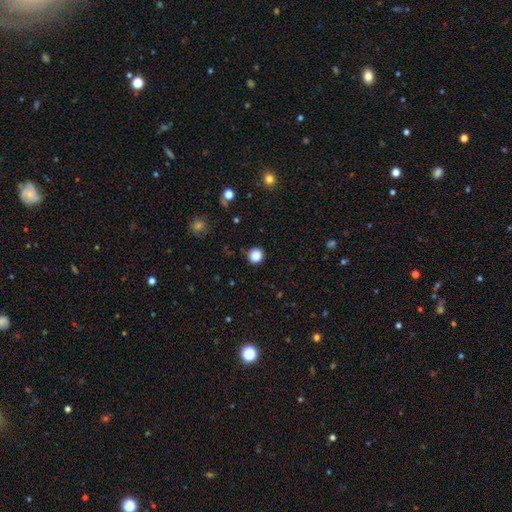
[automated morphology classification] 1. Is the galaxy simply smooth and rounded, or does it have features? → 85% smooth, 12% star or artifact, 3% featured or disk.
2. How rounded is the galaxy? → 94% round, 5% in between, 1% cigar-shaped.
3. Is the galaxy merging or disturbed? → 92% none, 5% minor disturbance, 2% major disturbance, 1% merger.